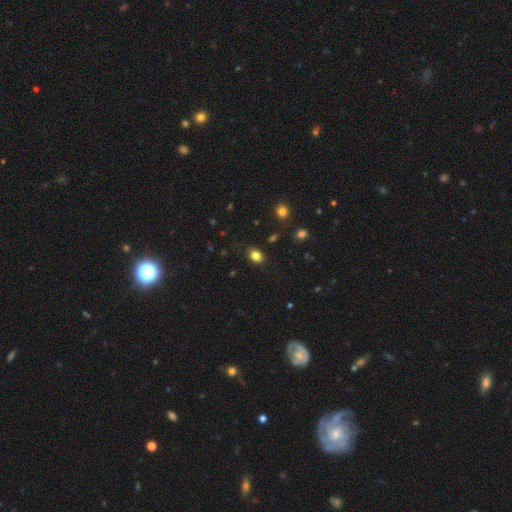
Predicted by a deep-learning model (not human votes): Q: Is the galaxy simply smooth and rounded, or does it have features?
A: smooth — 82%.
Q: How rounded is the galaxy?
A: in between — 65%.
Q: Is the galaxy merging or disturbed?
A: none — 84%.